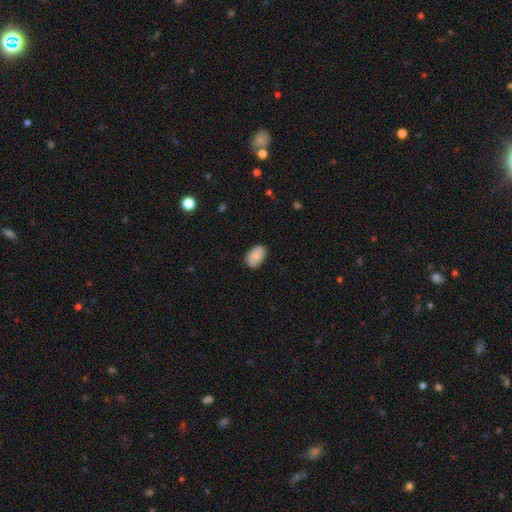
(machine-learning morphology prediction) Q: Smooth or featured?
A: smooth (86%); runner-up: featured or disk (8%)
Q: How rounded?
A: in between (91%); runner-up: round (8%)
Q: Merging?
A: none (82%); runner-up: minor disturbance (15%)